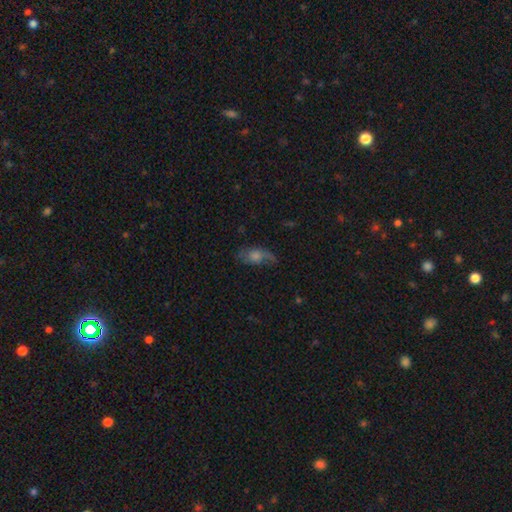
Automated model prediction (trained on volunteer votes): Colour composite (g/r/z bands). It shows a featured or disk galaxy (49%). Merging: none (62%).